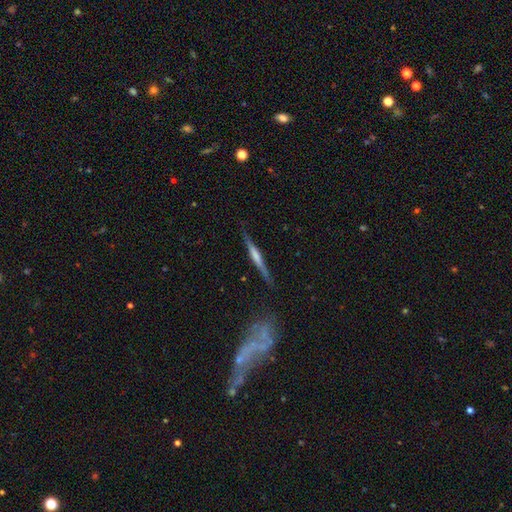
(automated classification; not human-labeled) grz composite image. It shows a featured or disk galaxy (54%) viewed edge-on (96%) with no central bulge (44%). Merging: none (83%).